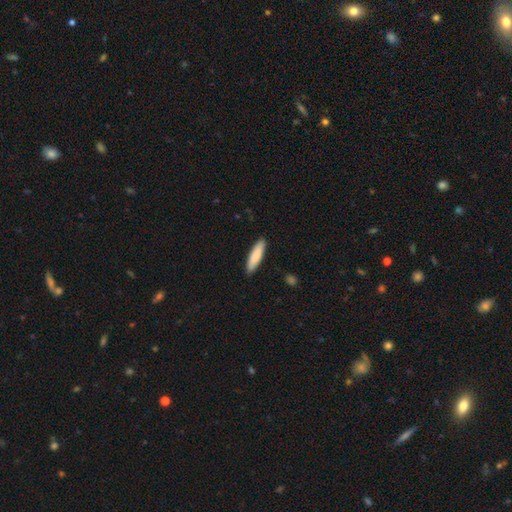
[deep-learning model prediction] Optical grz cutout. It shows a smooth galaxy with no disk features (83%) that is cigar-shaped (73%). Merging: none (90%).